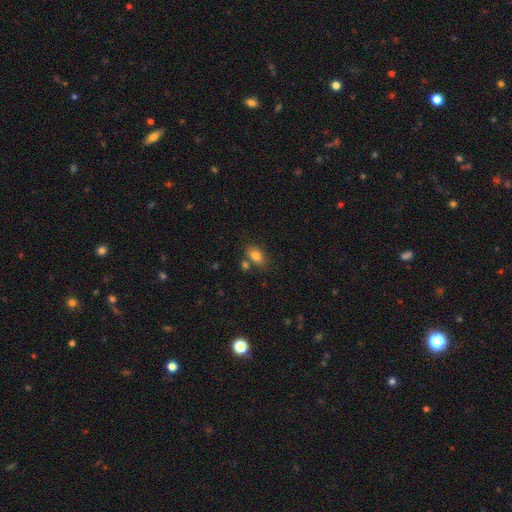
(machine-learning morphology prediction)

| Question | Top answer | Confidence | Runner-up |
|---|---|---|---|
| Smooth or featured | smooth | 81% | featured or disk (10%) |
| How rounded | in between | 86% | round (11%) |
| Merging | none | 68% | merger (16%) |